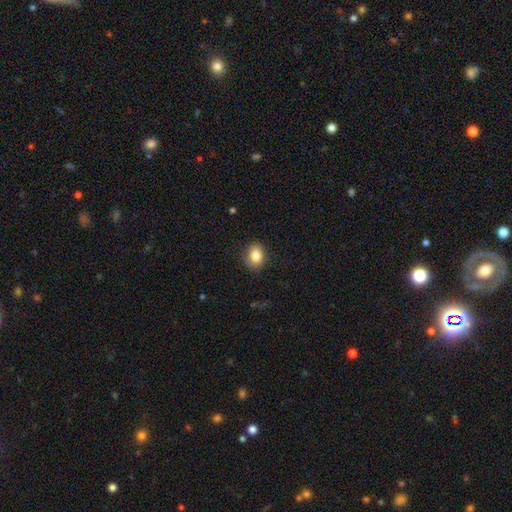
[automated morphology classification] type=smooth (82%); roundness=in between (59%); merging=none (81%).